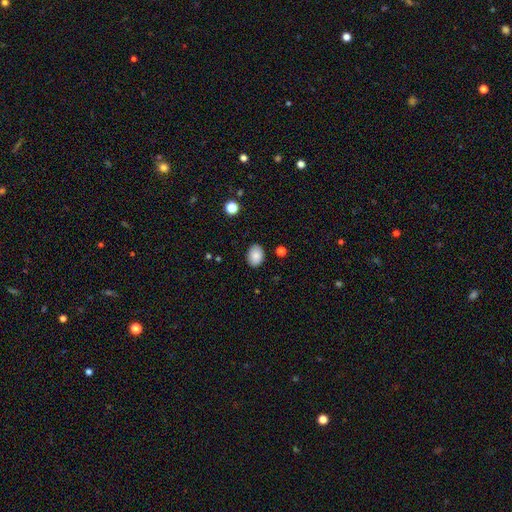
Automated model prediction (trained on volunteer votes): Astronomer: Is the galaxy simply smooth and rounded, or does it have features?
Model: smooth — 86%.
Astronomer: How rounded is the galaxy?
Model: in between — 75%.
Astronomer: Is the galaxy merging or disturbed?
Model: none — 86%.